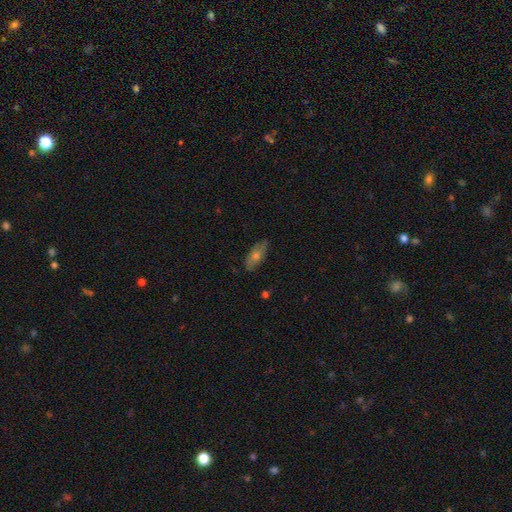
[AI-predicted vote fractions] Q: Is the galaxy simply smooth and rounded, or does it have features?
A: smooth — 55%.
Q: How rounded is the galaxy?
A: in between — 78%.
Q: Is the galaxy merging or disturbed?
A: none — 82%.